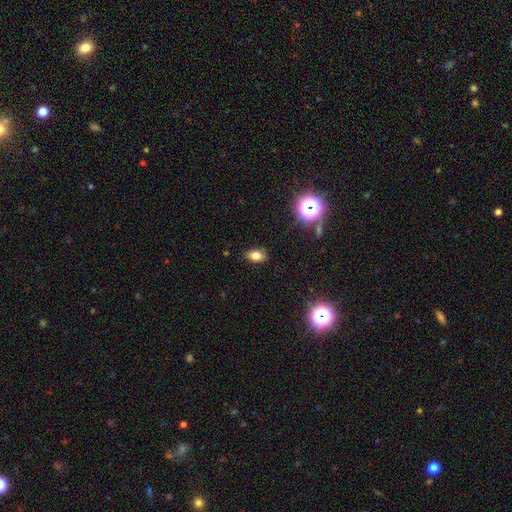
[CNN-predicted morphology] A smooth galaxy with no disk features (75%) that is in between round and cigar-shaped (85%). Merging: none (87%).